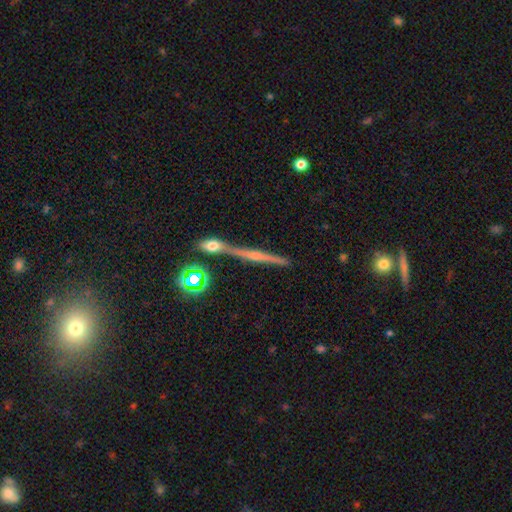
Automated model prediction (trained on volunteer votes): Smooth or featured? featured or disk (66%)
Edge-on disk? yes (95%)
Edge-on bulge? rounded (61%)
Merging? none (70%)